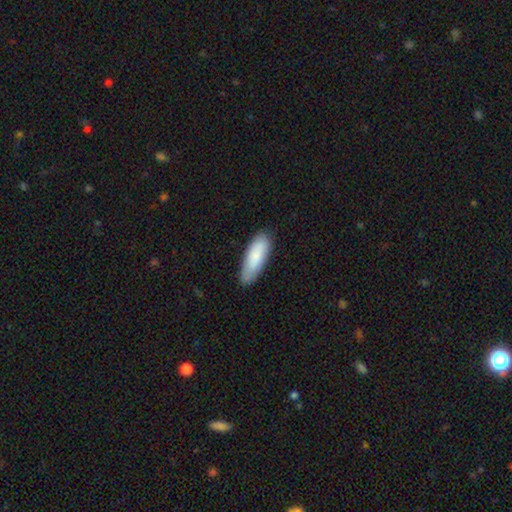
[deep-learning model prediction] Morphology: type=smooth (83%); roundness=in between (59%); merging=none (81%).